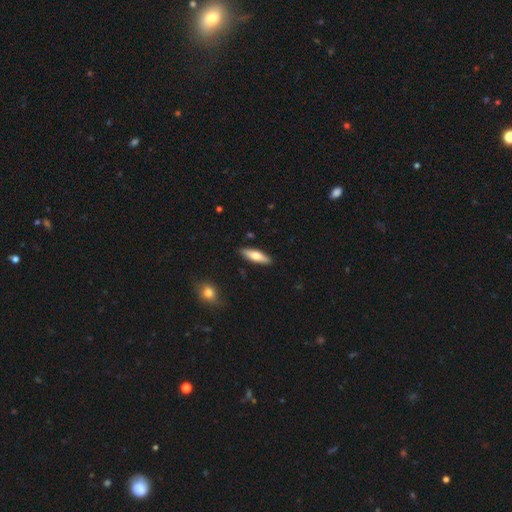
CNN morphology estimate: A smooth galaxy with no disk features (61%) that is cigar-shaped (60%).

Vote fractions:
- Smooth or featured? smooth: 61% / featured or disk: 34% / star or artifact: 5%
- How rounded? cigar-shaped: 60% / in between: 38% / round: 2%
- Merging? none: 90% / minor disturbance: 7% / major disturbance: 2% / merger: 1%